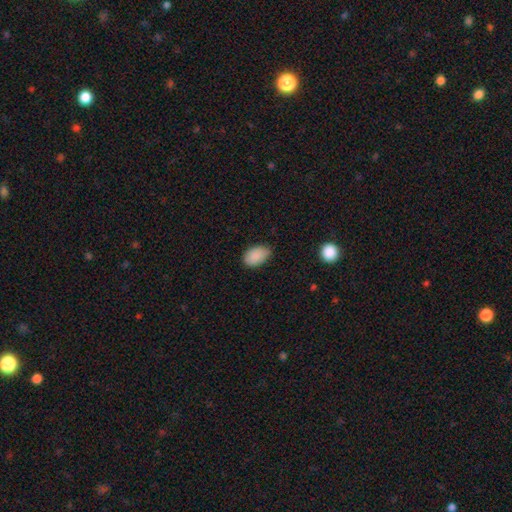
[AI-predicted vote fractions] Smooth or featured?
  - smooth: 89% *
  - star or artifact: 8%
  - featured or disk: 4%
How rounded?
  - in between: 91% *
  - round: 8%
  - cigar-shaped: 1%
Merging?
  - none: 70% *
  - minor disturbance: 25%
  - major disturbance: 4%
  - merger: 1%